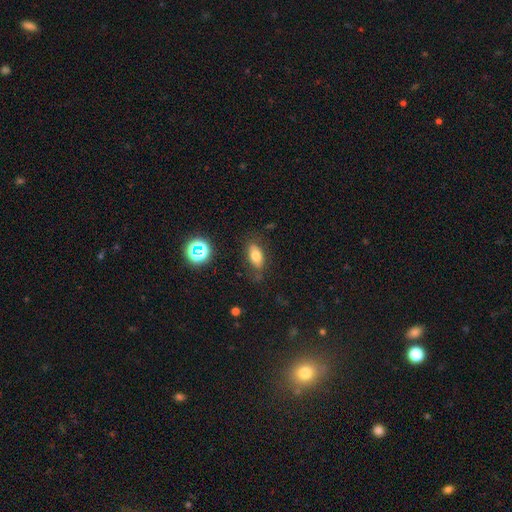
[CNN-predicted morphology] This is likely a smooth galaxy (73%). How rounded: clearly in between (86%). Merging: likely none (75%).